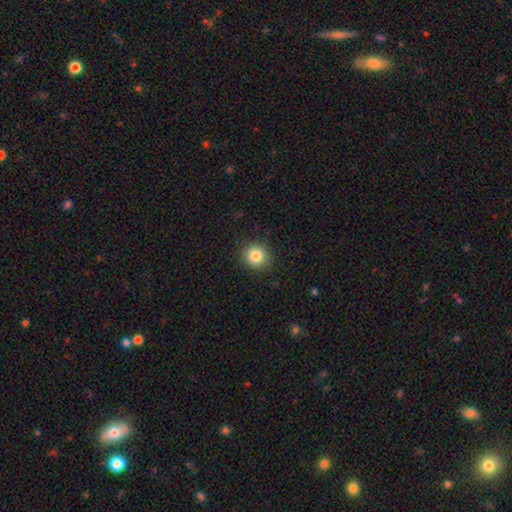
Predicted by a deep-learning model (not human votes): Morphology: type=smooth (84%); roundness=round (90%); merging=none (90%).